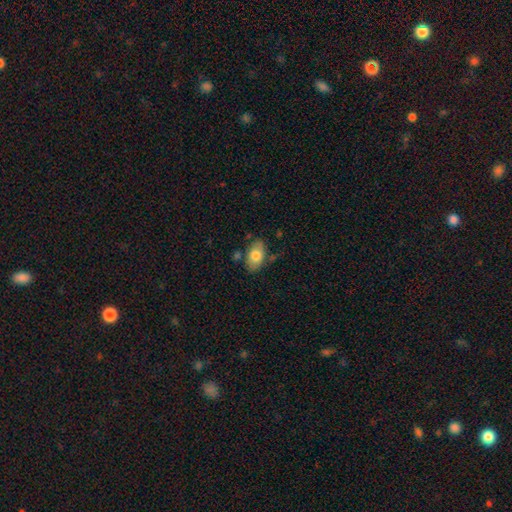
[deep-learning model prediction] Overall: smooth (77%). How rounded: in between (91%). Merging: none (72%).